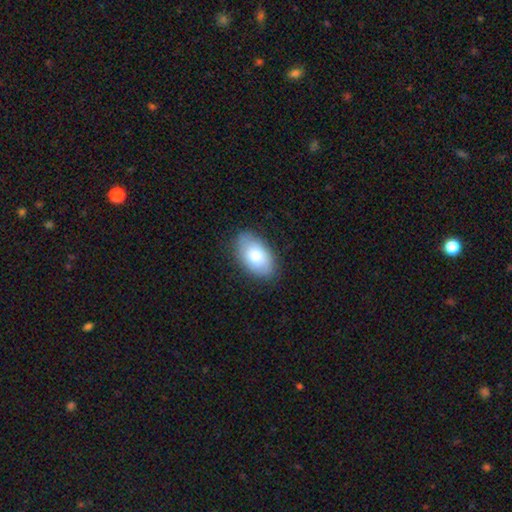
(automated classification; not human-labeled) Overall: smooth (79%). How rounded: in between (94%). Merging: none (83%).